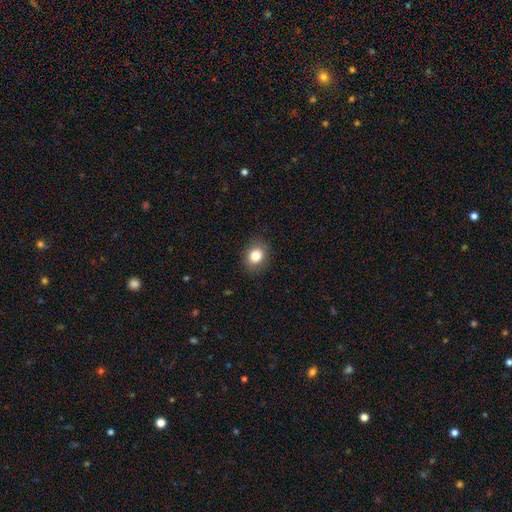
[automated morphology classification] The model was most divided on "how rounded": round: 55%, in between: 44%, cigar-shaped: 1%. More confident: merging — none (87%); smooth or featured — smooth (83%).